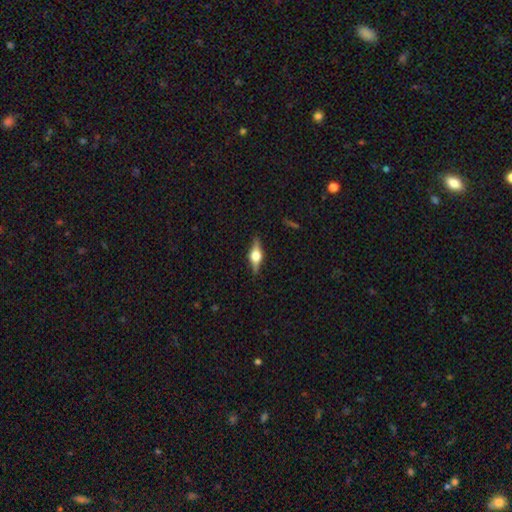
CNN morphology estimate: This appears to be a featured or disk galaxy (70%) viewed edge-on (97%) with a rounded central bulge (94%). Merging: none (88%).